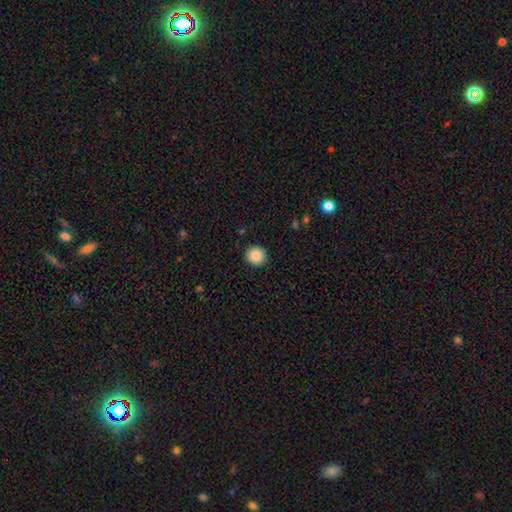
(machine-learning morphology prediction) A smooth galaxy with no disk features (88%) that is round (92%).

Vote fractions:
- Smooth or featured? smooth: 88% / star or artifact: 9% / featured or disk: 4%
- How rounded? round: 92% / in between: 7% / cigar-shaped: 1%
- Merging? none: 92% / minor disturbance: 6% / major disturbance: 2% / merger: 1%